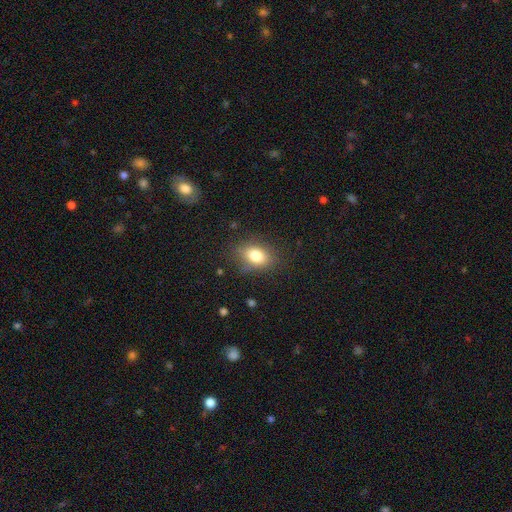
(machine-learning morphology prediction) The model was most divided on "how rounded": in between: 75%, round: 24%, cigar-shaped: 2%. More confident: smooth or featured — smooth (79%); merging — none (77%).